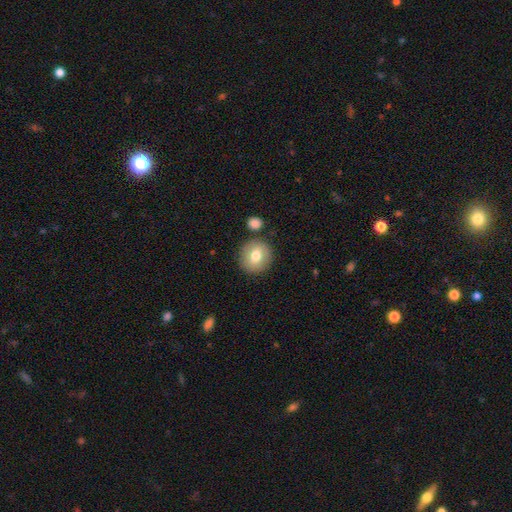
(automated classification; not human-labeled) This appears to be a smooth galaxy with no disk features (74%) that is round (89%). Merging: none (82%).